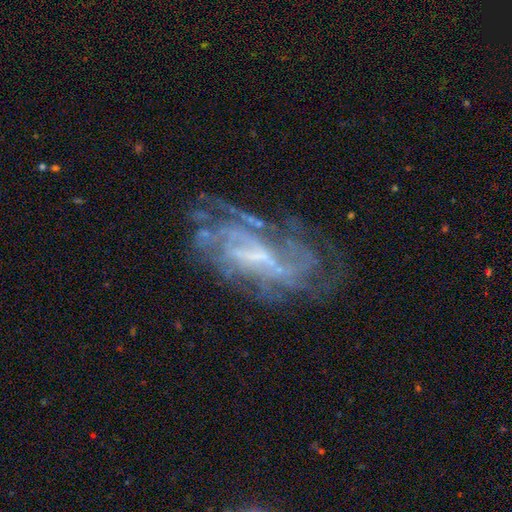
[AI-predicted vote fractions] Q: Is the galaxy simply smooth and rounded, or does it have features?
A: featured or disk — 80%.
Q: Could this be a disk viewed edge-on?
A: no — 93%.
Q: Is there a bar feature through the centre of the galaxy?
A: weak — 45%.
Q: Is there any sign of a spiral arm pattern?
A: yes — 81%.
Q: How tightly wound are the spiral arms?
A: tight — 48%.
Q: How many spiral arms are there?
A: can't tell — 51%.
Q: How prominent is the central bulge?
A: small — 39%.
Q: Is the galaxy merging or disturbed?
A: none — 55%.